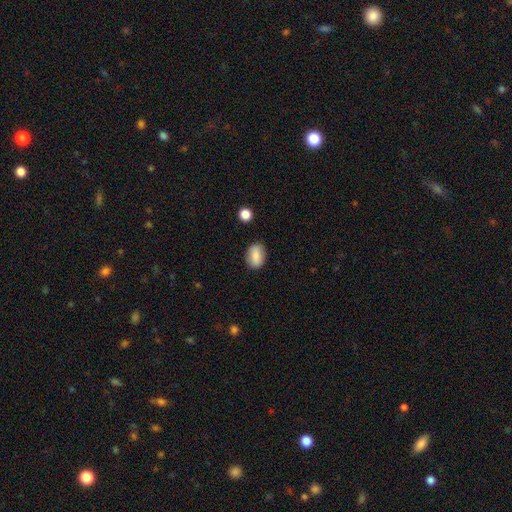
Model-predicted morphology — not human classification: smooth_or_featured: smooth (p=0.86) [alt: star or artifact p=0.08]
how_rounded: in between (p=0.81) [alt: round p=0.17]
merging: none (p=0.83) [alt: minor disturbance p=0.12]